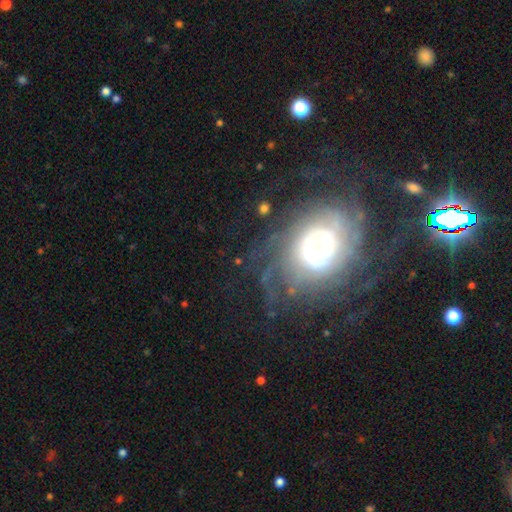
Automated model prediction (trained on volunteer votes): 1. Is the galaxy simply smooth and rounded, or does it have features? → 76% featured or disk, 13% star or artifact, 11% smooth.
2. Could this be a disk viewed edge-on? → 97% no, 3% yes.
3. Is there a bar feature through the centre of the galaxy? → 74% no, 20% weak, 6% strong.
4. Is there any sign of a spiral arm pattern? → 92% yes, 8% no.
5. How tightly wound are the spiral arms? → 69% tight, 23% medium, 8% loose.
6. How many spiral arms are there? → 45% can't tell, 13% 2, 12% more than 4, 11% 3, 11% 4, 8% 1.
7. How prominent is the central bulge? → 47% small, 28% moderate, 18% large, 4% dominant, 3% none.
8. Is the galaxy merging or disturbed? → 72% none, 14% minor disturbance, 11% major disturbance, 2% merger.